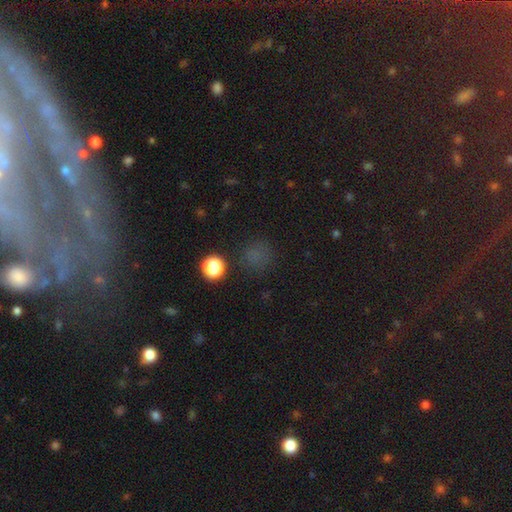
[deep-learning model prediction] Smooth or featured: smooth — 64% (star or artifact — 31%)
How rounded: round — 88% (in between — 11%)
Merging: none — 80% (minor disturbance — 11%)